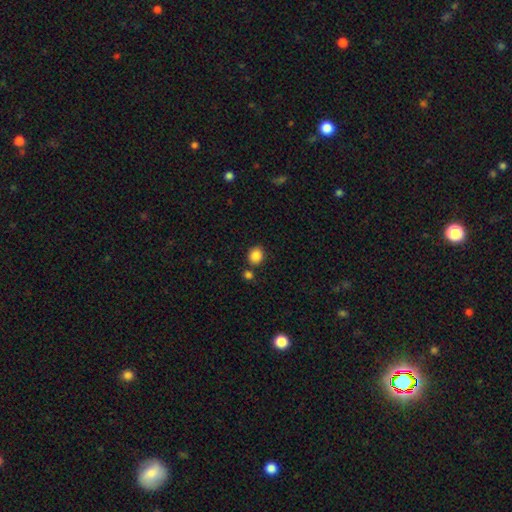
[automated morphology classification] Smooth or featured? smooth (87%)
How rounded? round (71%)
Merging? none (77%)